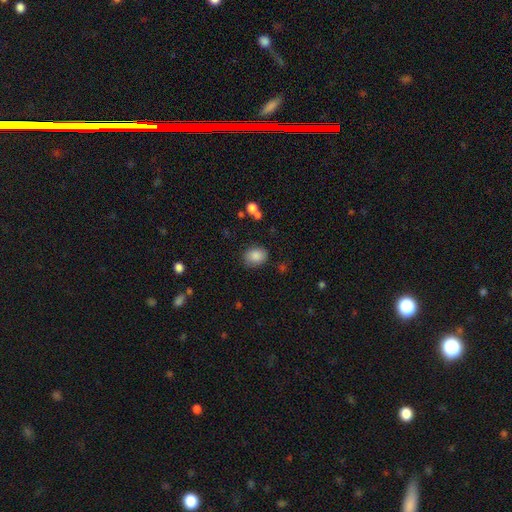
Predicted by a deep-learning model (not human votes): This is clearly a smooth galaxy (87%). How rounded: possibly in between (59%). Merging: likely none (79%).